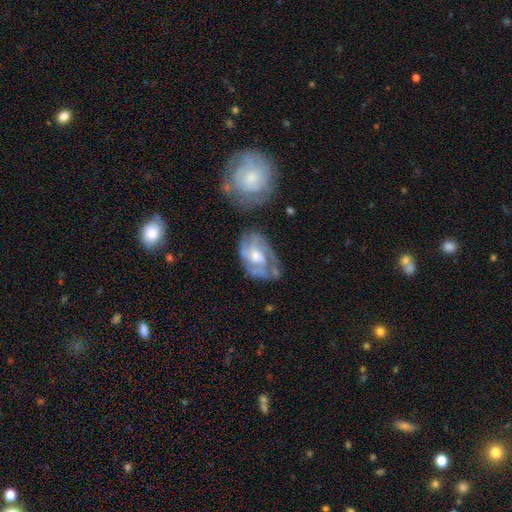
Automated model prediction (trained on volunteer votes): Smooth or featured? featured or disk (74%)
Edge-on disk? no (96%)
Bar? no (64%)
Spiral arms? yes (82%)
Spiral winding? tight (45%)
Spiral arm count? can't tell (38%)
Bulge size? moderate (57%)
Merging? none (55%)